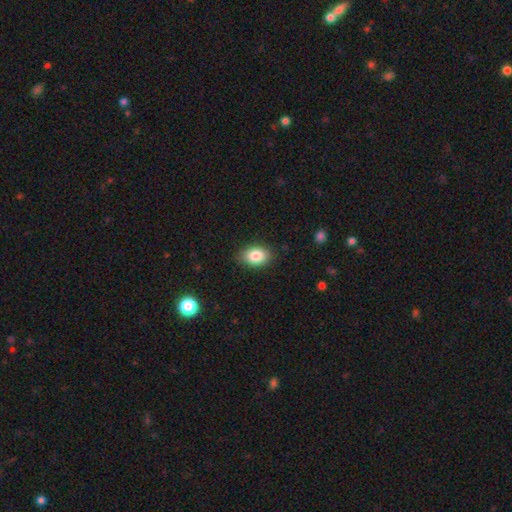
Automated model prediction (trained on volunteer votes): A smooth galaxy with no disk features (85%) that is in between round and cigar-shaped (83%).

Vote fractions:
- Smooth or featured? smooth: 85% / star or artifact: 8% / featured or disk: 7%
- How rounded? in between: 83% / round: 16% / cigar-shaped: 1%
- Merging? none: 83% / minor disturbance: 13% / major disturbance: 3% / merger: 1%